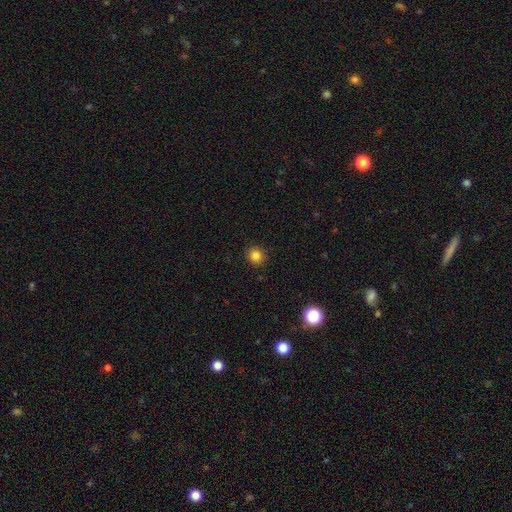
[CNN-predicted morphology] Smooth or featured? Predicted: smooth (p=0.84). How rounded? Predicted: round (p=0.86). Merging? Predicted: none (p=0.91).